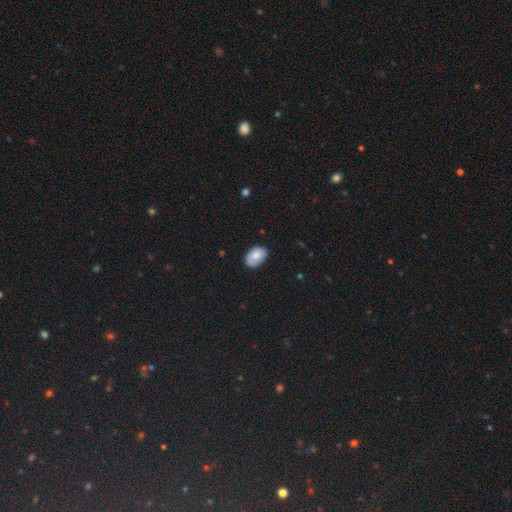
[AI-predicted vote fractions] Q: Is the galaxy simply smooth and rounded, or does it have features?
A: smooth — 77%.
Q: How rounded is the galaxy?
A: in between — 87%.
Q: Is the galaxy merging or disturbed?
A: none — 76%.